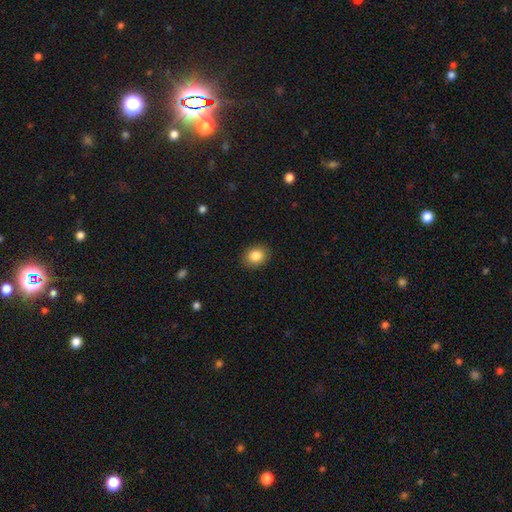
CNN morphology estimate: Smooth or featured: smooth — 85% (star or artifact — 9%)
How rounded: in between — 50% (round — 49%)
Merging: none — 89% (minor disturbance — 8%)